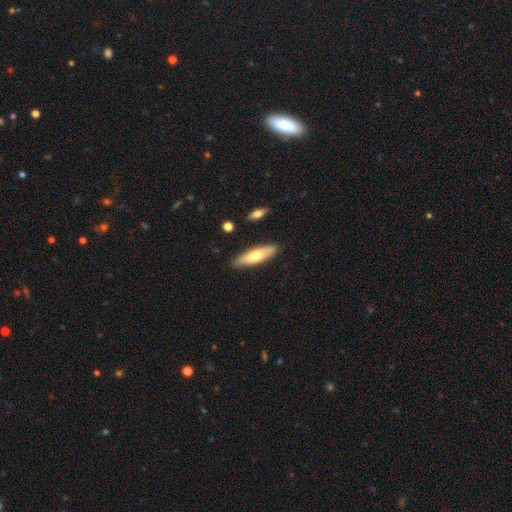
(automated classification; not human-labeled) Smooth or featured? smooth (69%)
How rounded? cigar-shaped (62%)
Merging? none (84%)